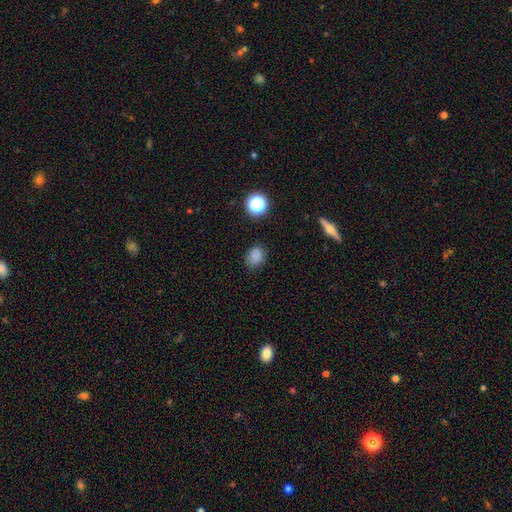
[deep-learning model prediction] The model was most divided on "how rounded": round: 57%, in between: 42%, cigar-shaped: 1%. More confident: smooth or featured — smooth (81%); merging — none (78%).